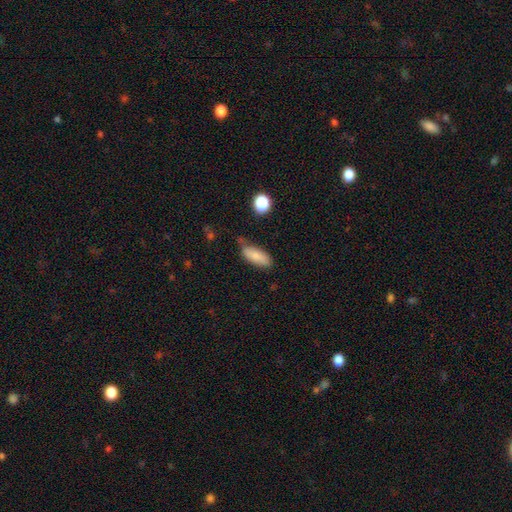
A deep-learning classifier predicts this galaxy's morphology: Smooth or featured? Predicted: smooth (p=0.80). How rounded? Predicted: in between (p=0.78). Merging? Predicted: none (p=0.64).